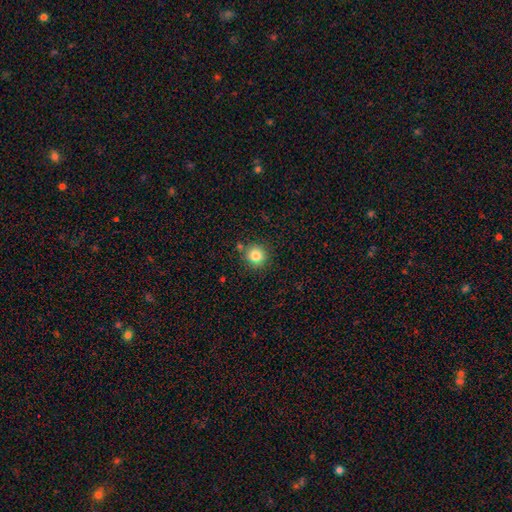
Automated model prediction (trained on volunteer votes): This is clearly a smooth galaxy (83%). How rounded: clearly round (92%). Merging: clearly none (84%).